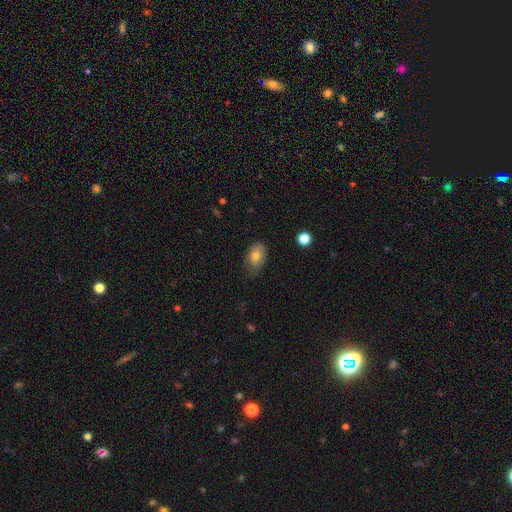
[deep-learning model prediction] smooth 77%, featured or disk 15%, star or artifact 8%. Down the decision tree: how rounded — in between (87%); merging — none (65%).